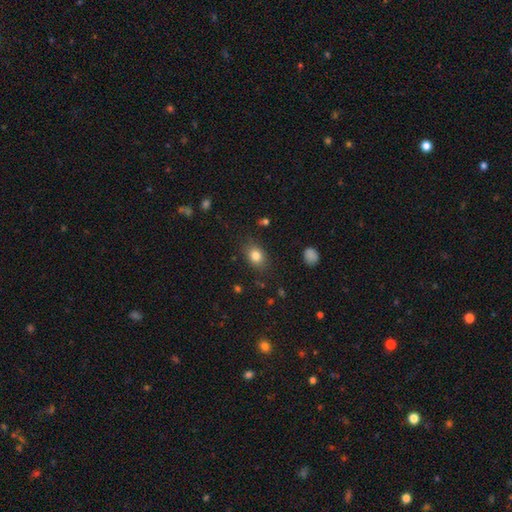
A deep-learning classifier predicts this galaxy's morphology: This is clearly a smooth galaxy (82%). How rounded: likely in between (68%). Merging: clearly none (81%).